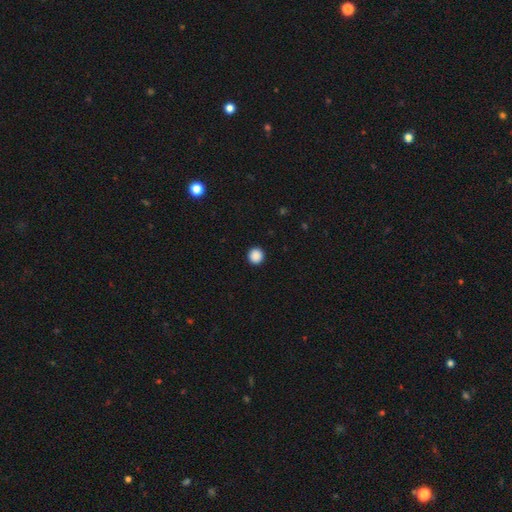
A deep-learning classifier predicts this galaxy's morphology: A smooth galaxy with no disk features (89%) that is round (94%).

Vote fractions:
- Smooth or featured? smooth: 89% / star or artifact: 9% / featured or disk: 2%
- How rounded? round: 94% / in between: 5% / cigar-shaped: 1%
- Merging? none: 93% / minor disturbance: 4% / major disturbance: 2% / merger: 1%